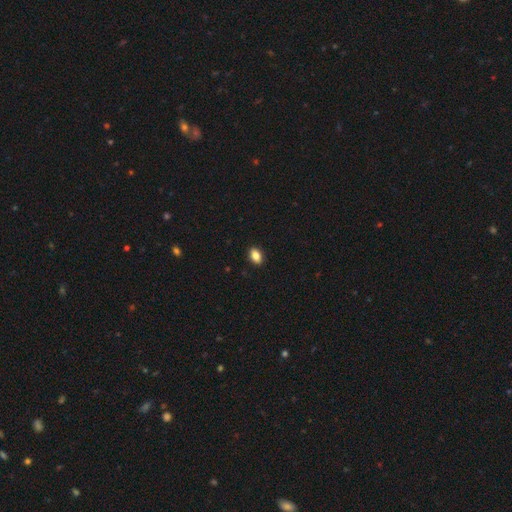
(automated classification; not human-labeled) The model was most divided on "how rounded": in between: 87%, round: 10%, cigar-shaped: 2%. More confident: merging — none (90%); smooth or featured — smooth (85%).